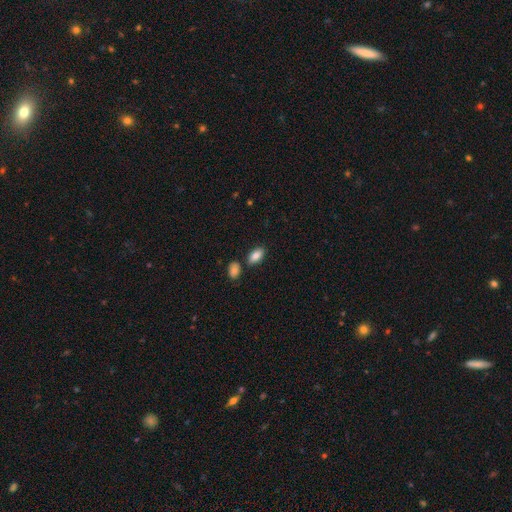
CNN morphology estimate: This appears to be a smooth galaxy with no disk features (86%) that is in between round and cigar-shaped (92%). Merging: none (78%).